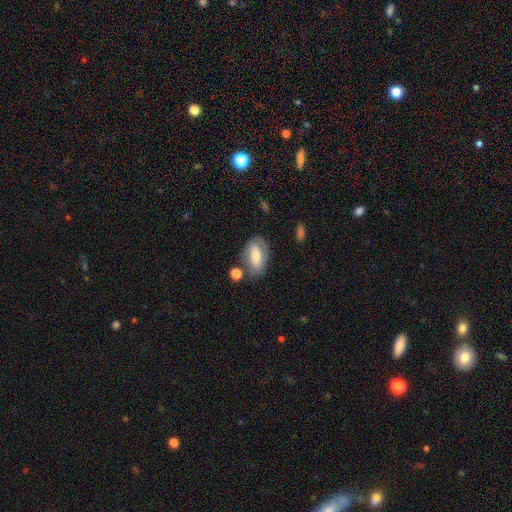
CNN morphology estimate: The model was most divided on "smooth or featured": smooth: 54%, featured or disk: 39%, star or artifact: 8%. More confident: how rounded — in between (87%); merging — none (64%).